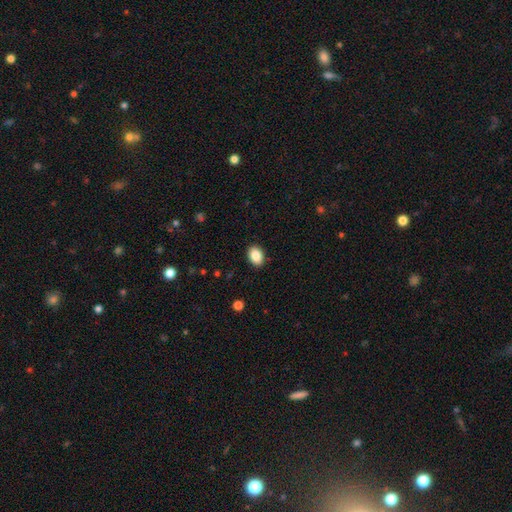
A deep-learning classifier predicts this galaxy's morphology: The model was most divided on "how rounded": in between: 81%, round: 18%, cigar-shaped: 1%. More confident: merging — none (89%); smooth or featured — smooth (88%).